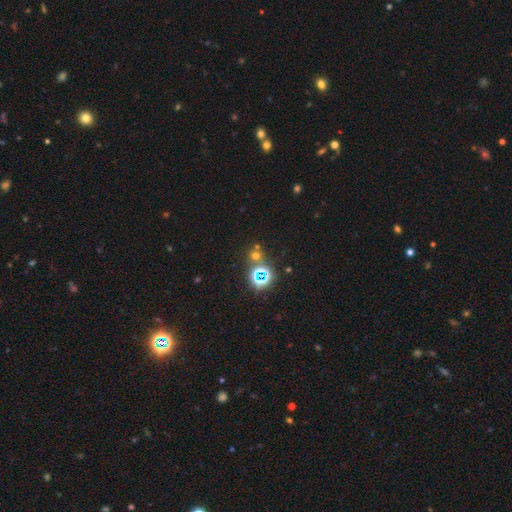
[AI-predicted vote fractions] This appears to be a star or artifact, not a galaxy (51%).